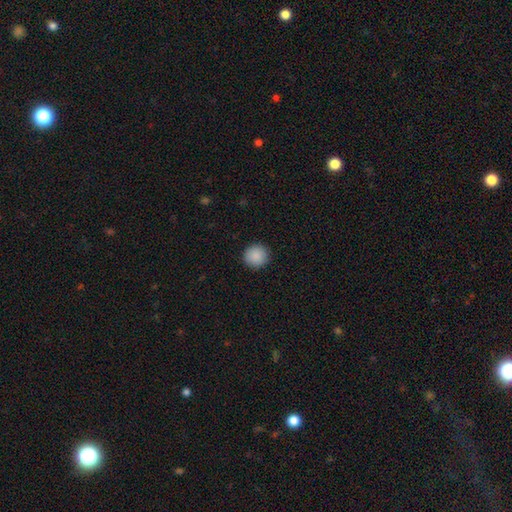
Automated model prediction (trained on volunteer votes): This appears to be a smooth galaxy with no disk features (89%) that is round (94%). Merging: none (92%).